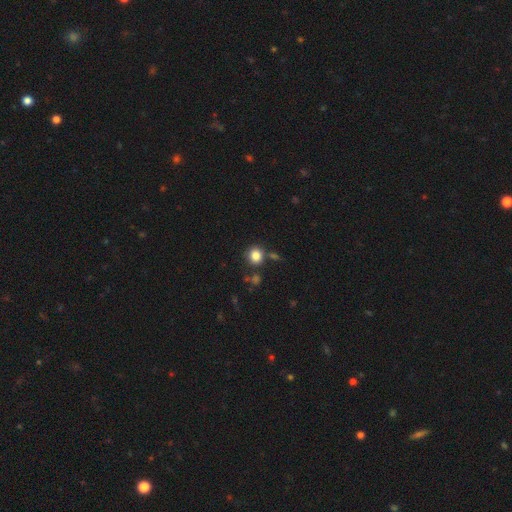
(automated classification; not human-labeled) smooth 84%, star or artifact 11%, featured or disk 5%. Down the decision tree: how rounded — round (85%); merging — none (77%).